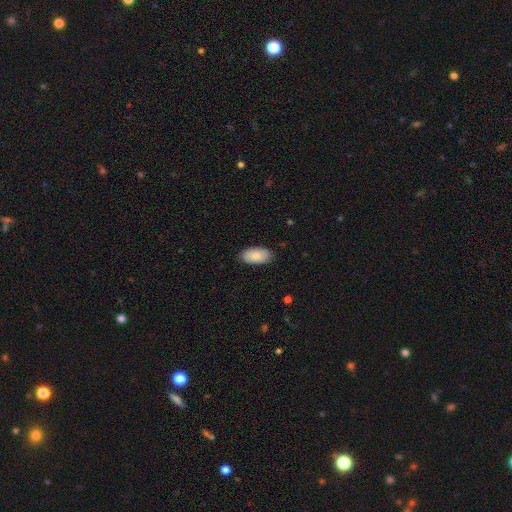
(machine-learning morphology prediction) Smooth or featured? smooth (88%)
How rounded? in between (95%)
Merging? none (87%)